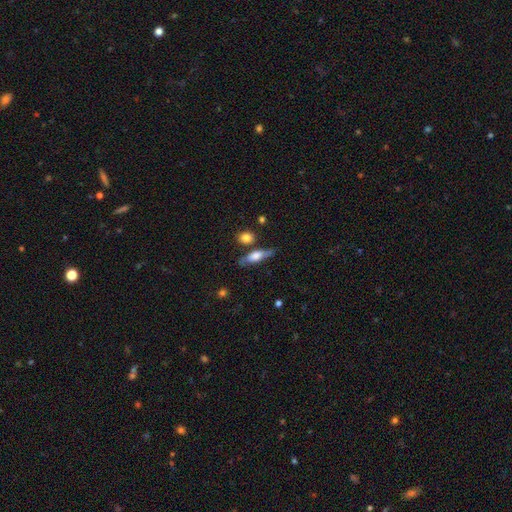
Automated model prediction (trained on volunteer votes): The model was most divided on "how rounded": in between: 49%, cigar-shaped: 46%, round: 5%. More confident: merging — none (65%); smooth or featured — smooth (55%).